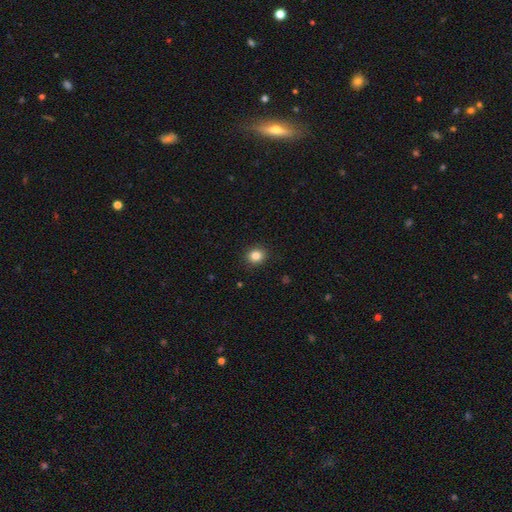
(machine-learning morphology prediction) smooth_or_featured: smooth (p=0.85) [alt: star or artifact p=0.11]
how_rounded: round (p=0.79) [alt: in between p=0.20]
merging: none (p=0.91) [alt: minor disturbance p=0.06]